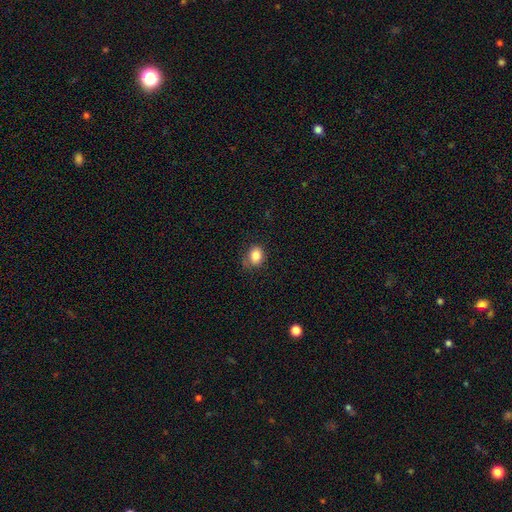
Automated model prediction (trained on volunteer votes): This appears to be a smooth galaxy with no disk features (84%) that is round (51%). Merging: none (72%).